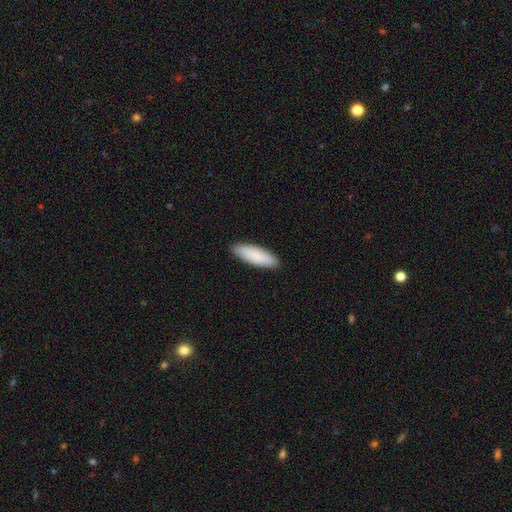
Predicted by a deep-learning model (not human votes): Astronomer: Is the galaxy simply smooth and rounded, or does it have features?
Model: smooth — 88%.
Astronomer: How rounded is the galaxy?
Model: in between — 53% (runner-up: cigar-shaped, 46%).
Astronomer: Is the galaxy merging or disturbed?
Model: none — 90%.